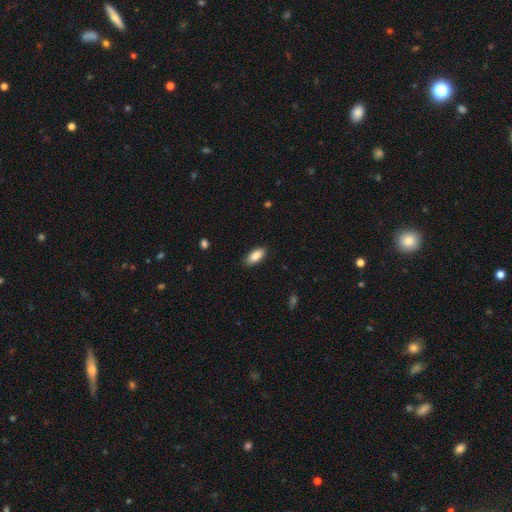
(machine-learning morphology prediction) smooth_or_featured: smooth (p=0.87) [alt: featured or disk p=0.07]
how_rounded: in between (p=0.88) [alt: cigar-shaped p=0.10]
merging: none (p=0.88) [alt: minor disturbance p=0.09]